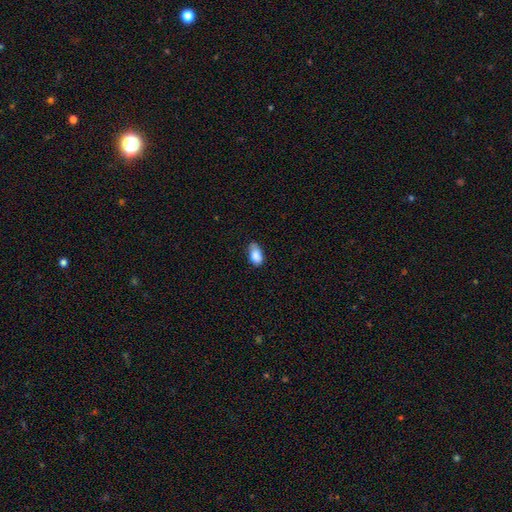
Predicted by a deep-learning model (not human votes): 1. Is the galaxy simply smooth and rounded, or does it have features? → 85% smooth, 8% featured or disk, 8% star or artifact.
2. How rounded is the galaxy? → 91% in between, 7% round, 2% cigar-shaped.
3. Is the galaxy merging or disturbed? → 56% none, 35% minor disturbance, 7% major disturbance, 2% merger.